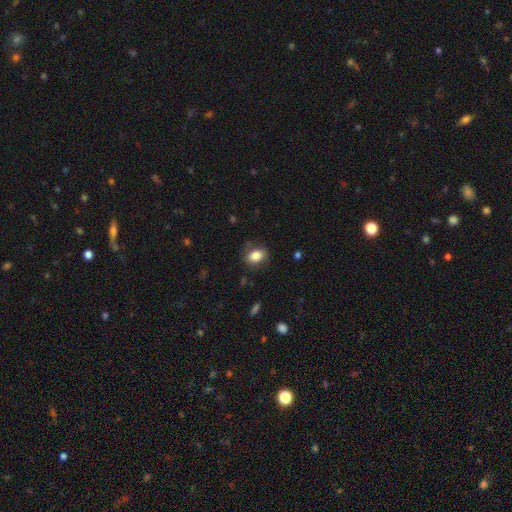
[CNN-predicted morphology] The model was most divided on "how rounded": in between: 69%, round: 30%, cigar-shaped: 1%. More confident: smooth or featured — smooth (83%); merging — none (79%).